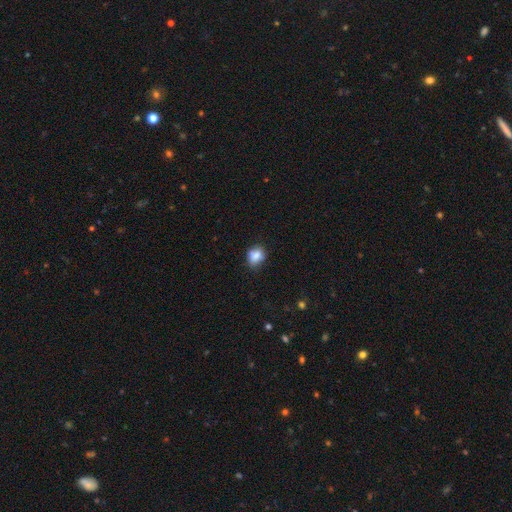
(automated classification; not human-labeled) The model was most divided on "how rounded": round: 51%, in between: 47%, cigar-shaped: 1%. More confident: smooth or featured — smooth (80%); merging — none (62%).